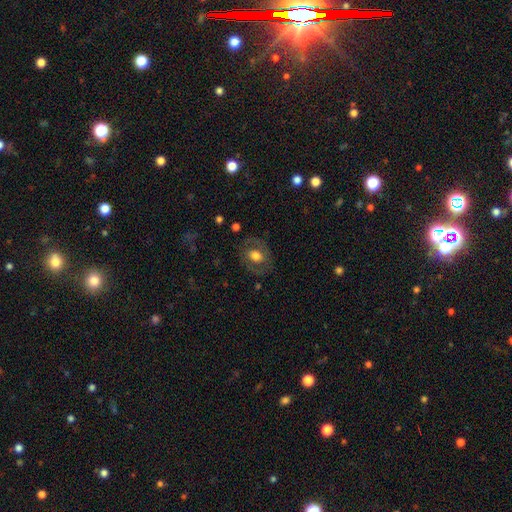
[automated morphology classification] smooth-or-featured: smooth: 52% | featured or disk: 40% | star or artifact: 8%
  how-rounded: in between: 57% | round: 42% | cigar-shaped: 1%
  merging: none: 77% | minor disturbance: 14% | major disturbance: 8% | merger: 1%